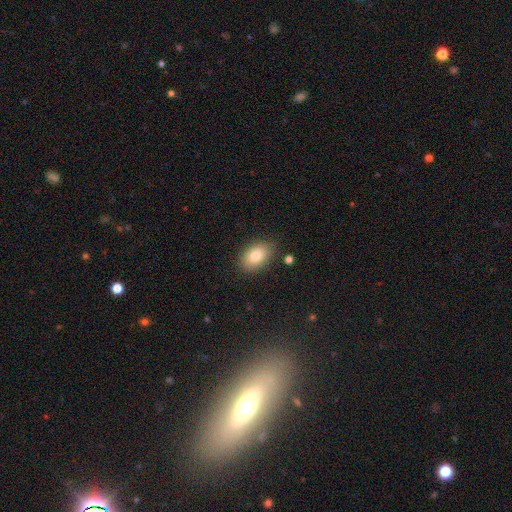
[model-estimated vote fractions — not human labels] The model was most divided on "smooth or featured": smooth: 83%, featured or disk: 10%, star or artifact: 7%. More confident: how rounded — in between (90%); merging — none (85%).